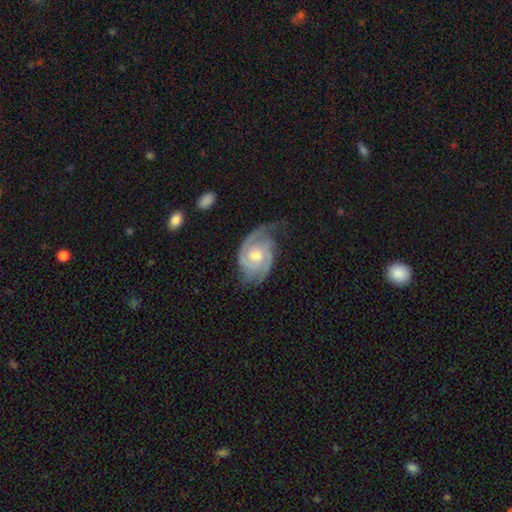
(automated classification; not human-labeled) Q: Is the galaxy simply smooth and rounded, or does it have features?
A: featured or disk — 86%.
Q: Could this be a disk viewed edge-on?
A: no — 97%.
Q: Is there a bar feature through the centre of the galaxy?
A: no — 65%.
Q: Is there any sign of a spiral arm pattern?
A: yes — 96%.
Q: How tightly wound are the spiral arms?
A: tight — 48%.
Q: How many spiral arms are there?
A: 2 — 66%.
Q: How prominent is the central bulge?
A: moderate — 68%.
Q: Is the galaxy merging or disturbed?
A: none — 57%.